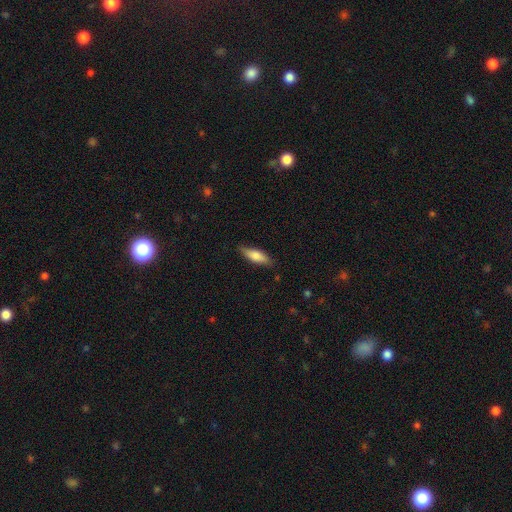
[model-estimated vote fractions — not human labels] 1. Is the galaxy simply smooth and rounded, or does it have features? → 74% smooth, 21% featured or disk, 6% star or artifact.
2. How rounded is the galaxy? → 56% in between, 42% cigar-shaped, 2% round.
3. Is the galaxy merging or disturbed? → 81% none, 15% minor disturbance, 2% major disturbance, 1% merger.